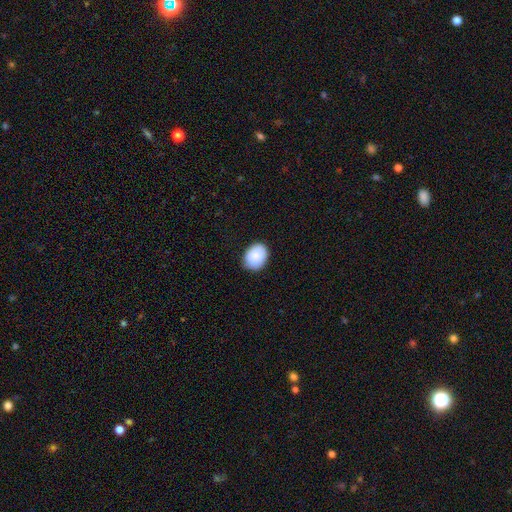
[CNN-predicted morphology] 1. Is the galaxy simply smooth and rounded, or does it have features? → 86% smooth, 7% star or artifact, 7% featured or disk.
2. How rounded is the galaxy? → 58% in between, 41% round, 1% cigar-shaped.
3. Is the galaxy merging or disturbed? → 81% none, 16% minor disturbance, 3% major disturbance, 1% merger.